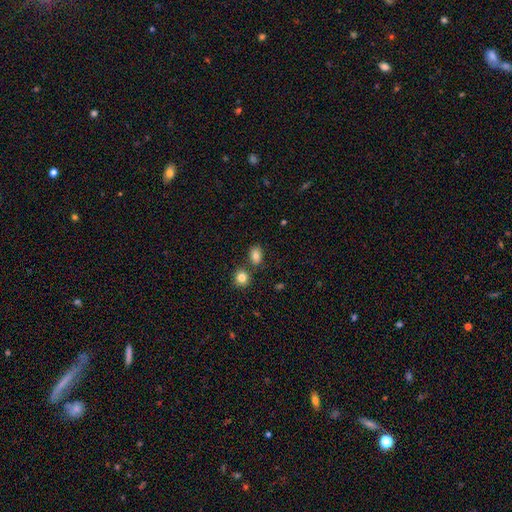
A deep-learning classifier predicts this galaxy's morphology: Smooth or featured? smooth (81%)
How rounded? in between (71%)
Merging? none (72%)